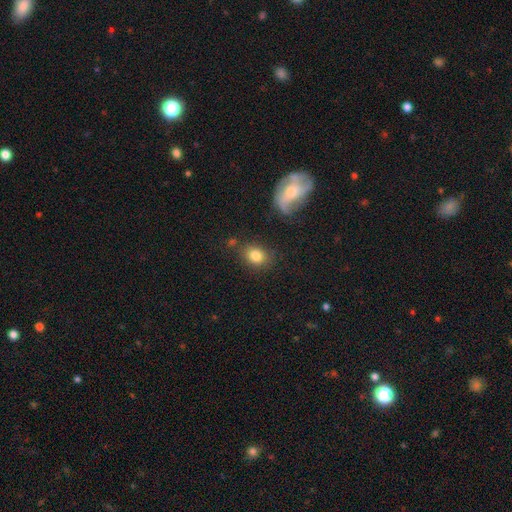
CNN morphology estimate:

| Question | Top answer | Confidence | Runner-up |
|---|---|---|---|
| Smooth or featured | smooth | 81% | star or artifact (10%) |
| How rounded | in between | 51% | round (48%) |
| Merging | none | 76% | minor disturbance (14%) |